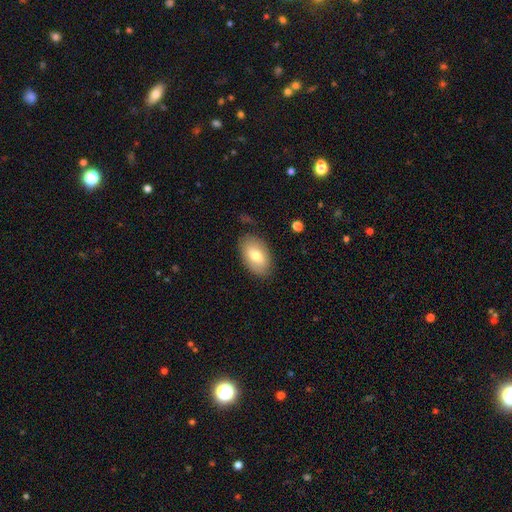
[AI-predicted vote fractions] smooth_or_featured: smooth (p=0.74) [alt: featured or disk p=0.20]
how_rounded: in between (p=0.93) [alt: round p=0.06]
merging: none (p=0.82) [alt: minor disturbance p=0.13]